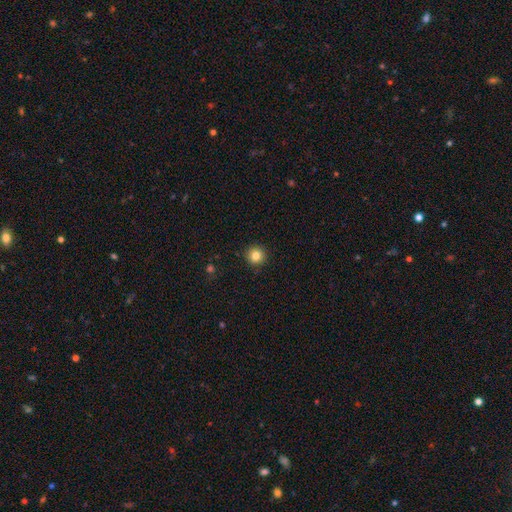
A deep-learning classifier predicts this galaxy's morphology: Smooth or featured: smooth — 83% (star or artifact — 11%)
How rounded: round — 96% (in between — 3%)
Merging: none — 92% (minor disturbance — 5%)